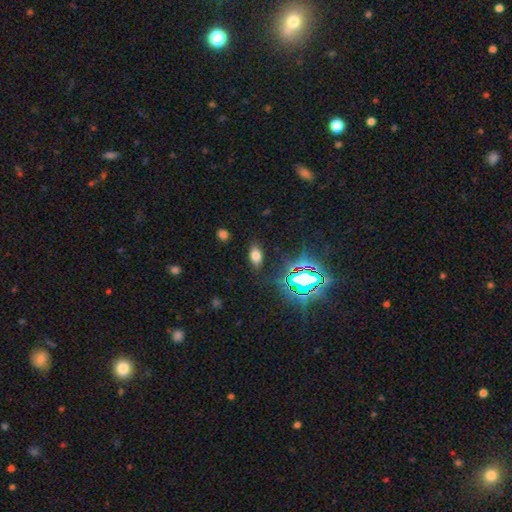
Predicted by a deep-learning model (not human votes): The model was most divided on "smooth or featured": smooth: 68%, star or artifact: 23%, featured or disk: 8%. More confident: how rounded — in between (89%); merging — none (86%).